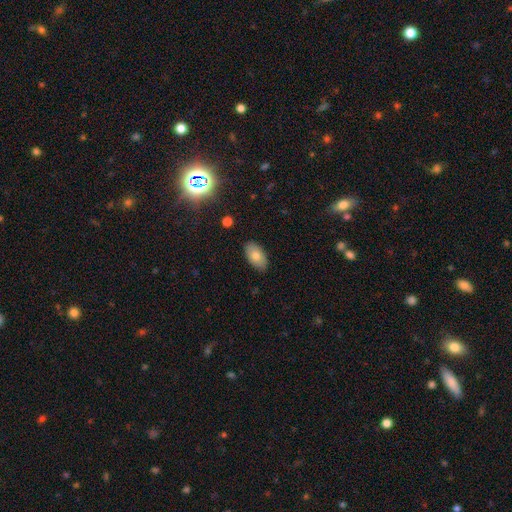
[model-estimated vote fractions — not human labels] The model was most divided on "smooth or featured": smooth: 76%, featured or disk: 16%, star or artifact: 8%. More confident: how rounded — in between (94%); merging — none (87%).